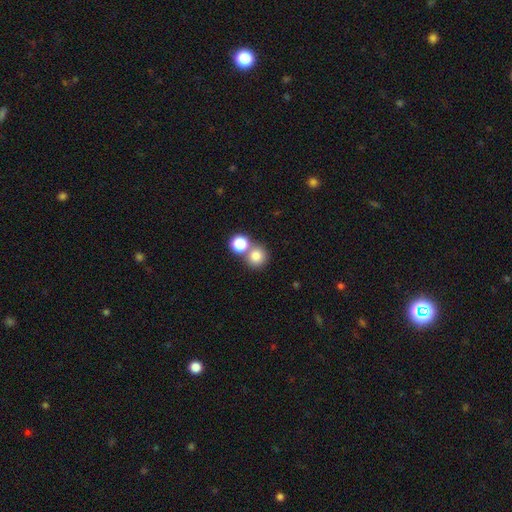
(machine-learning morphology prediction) This is likely a smooth galaxy (80%). How rounded: clearly round (89%). Merging: possibly none (56%).